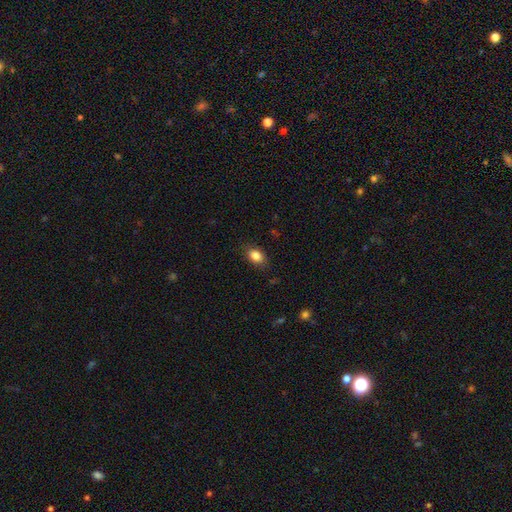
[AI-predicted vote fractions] Smooth or featured? smooth (85%)
How rounded? in between (80%)
Merging? none (82%)